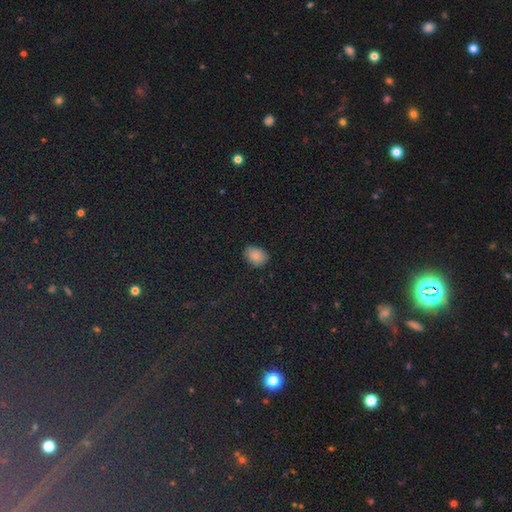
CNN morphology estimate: smooth-or-featured: smooth: 85% | star or artifact: 10% | featured or disk: 5%
  how-rounded: in between: 68% | round: 30% | cigar-shaped: 1%
  merging: none: 82% | minor disturbance: 14% | major disturbance: 3% | merger: 1%